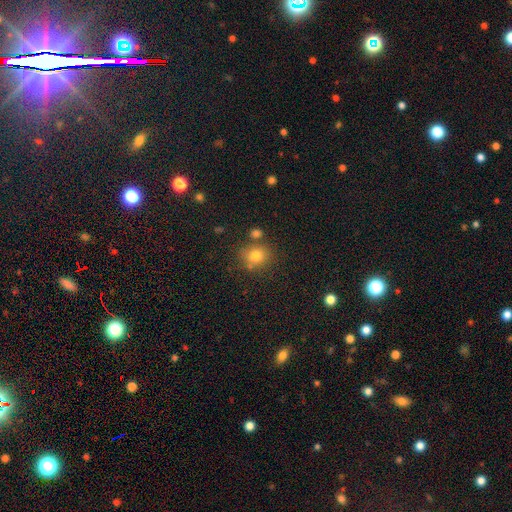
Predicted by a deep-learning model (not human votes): Smooth or featured?
  - smooth: 78% *
  - star or artifact: 13%
  - featured or disk: 9%
How rounded?
  - round: 73% *
  - in between: 26%
  - cigar-shaped: 1%
Merging?
  - none: 71% *
  - minor disturbance: 13%
  - merger: 12%
  - major disturbance: 4%